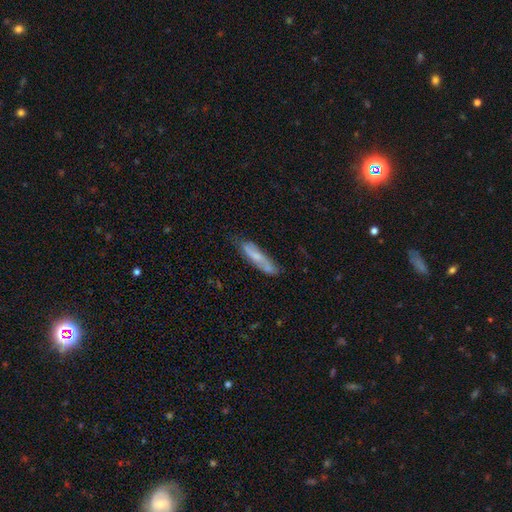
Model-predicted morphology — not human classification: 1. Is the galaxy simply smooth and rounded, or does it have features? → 50% featured or disk, 44% smooth, 7% star or artifact.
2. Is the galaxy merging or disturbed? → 71% none, 22% minor disturbance, 5% major disturbance, 2% merger.